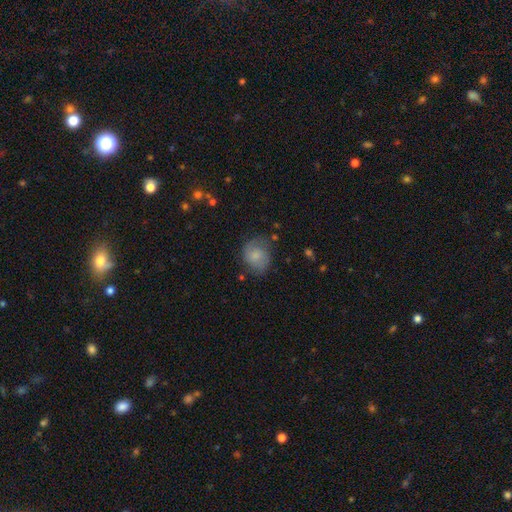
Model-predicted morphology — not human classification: This is likely a smooth galaxy (61%). How rounded: likely round (64%). Merging: likely none (63%).